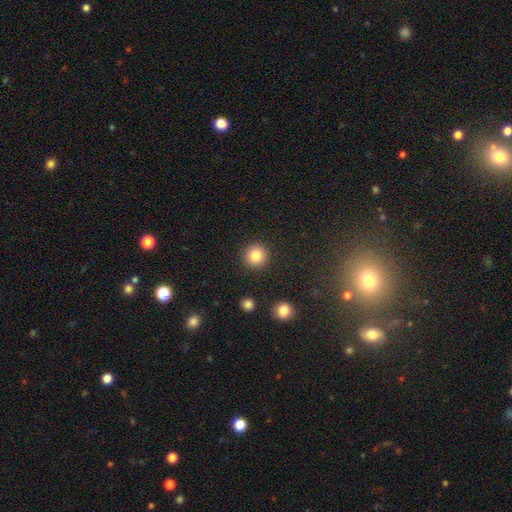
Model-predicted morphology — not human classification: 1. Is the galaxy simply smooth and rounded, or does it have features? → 84% smooth, 10% star or artifact, 6% featured or disk.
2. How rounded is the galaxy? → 95% round, 4% in between, 1% cigar-shaped.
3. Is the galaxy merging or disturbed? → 91% none, 5% minor disturbance, 2% major disturbance, 2% merger.